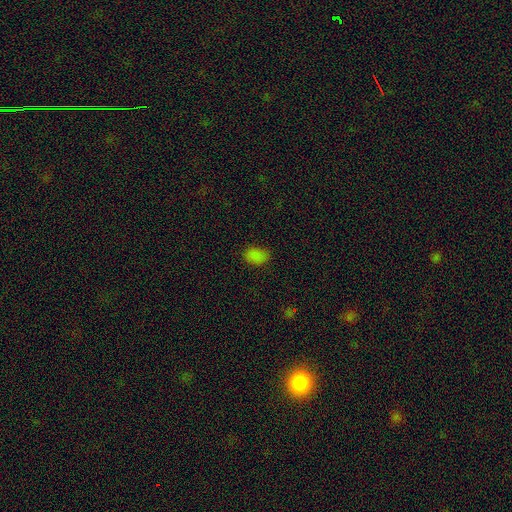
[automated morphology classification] type=smooth (81%); roundness=in between (83%); merging=none (80%).